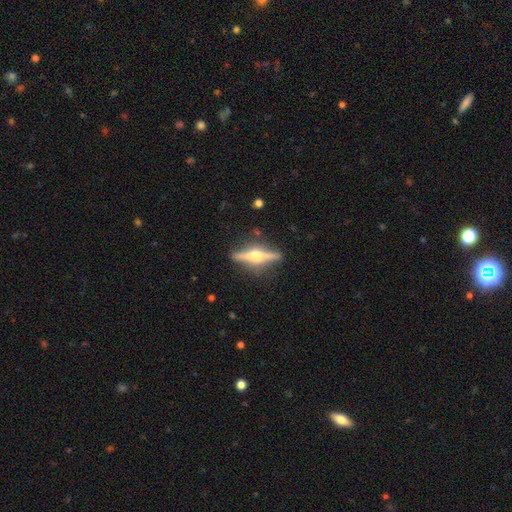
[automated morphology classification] Smooth or featured? Predicted: featured or disk (p=0.79). Edge-on disk? Predicted: yes (p=0.97). Edge-on bulge? Predicted: rounded (p=0.95). Merging? Predicted: none (p=0.88).